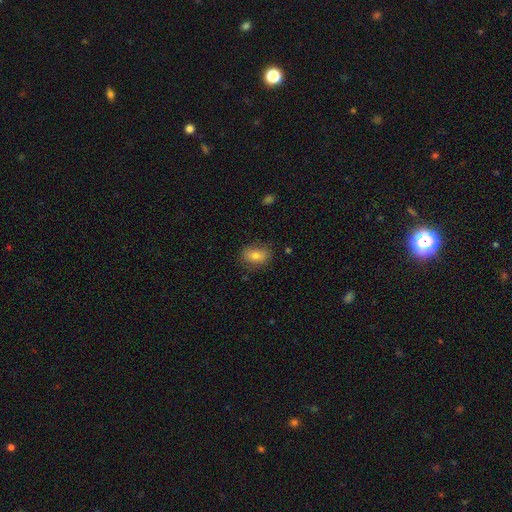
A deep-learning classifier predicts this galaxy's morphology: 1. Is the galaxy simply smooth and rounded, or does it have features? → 77% smooth, 14% featured or disk, 9% star or artifact.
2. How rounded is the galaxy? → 80% in between, 18% round, 3% cigar-shaped.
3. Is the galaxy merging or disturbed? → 77% none, 17% minor disturbance, 4% major disturbance, 1% merger.